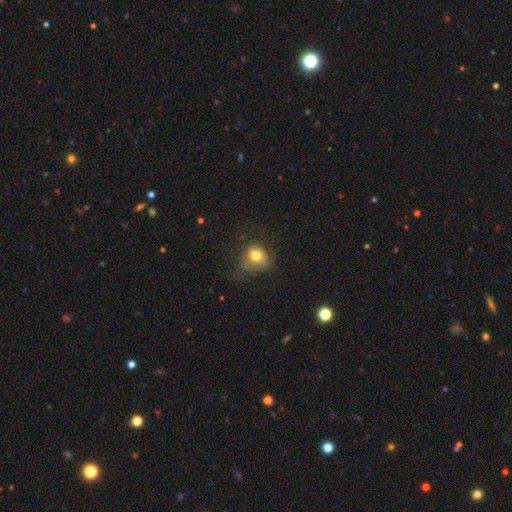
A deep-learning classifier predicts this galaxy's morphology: This appears to be a smooth galaxy with no disk features (76%) that is round (57%). Merging: none (45%).